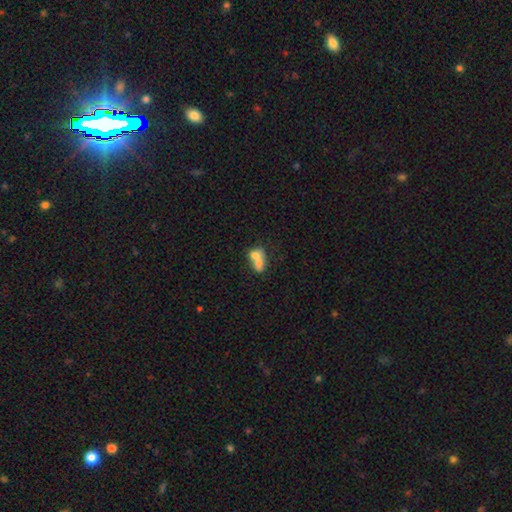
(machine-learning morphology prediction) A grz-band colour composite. It shows a smooth galaxy with no disk features (66%) that is in between round and cigar-shaped (60%). Merging: merger (69%).